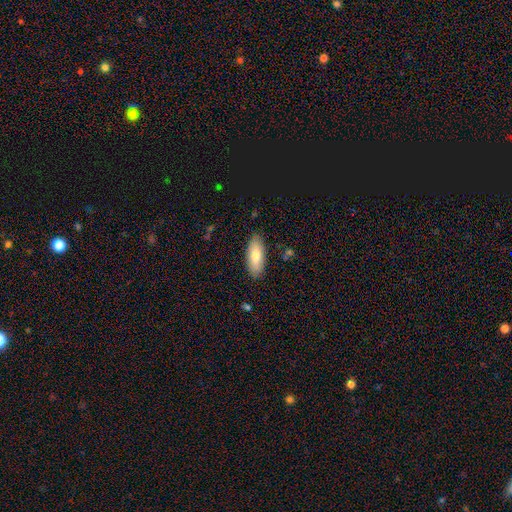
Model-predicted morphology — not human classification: A smooth galaxy with no disk features (74%) that is in between round and cigar-shaped (80%).

Vote fractions:
- Smooth or featured? smooth: 74% / featured or disk: 20% / star or artifact: 6%
- How rounded? in between: 80% / cigar-shaped: 18% / round: 2%
- Merging? none: 86% / minor disturbance: 10% / major disturbance: 2% / merger: 1%